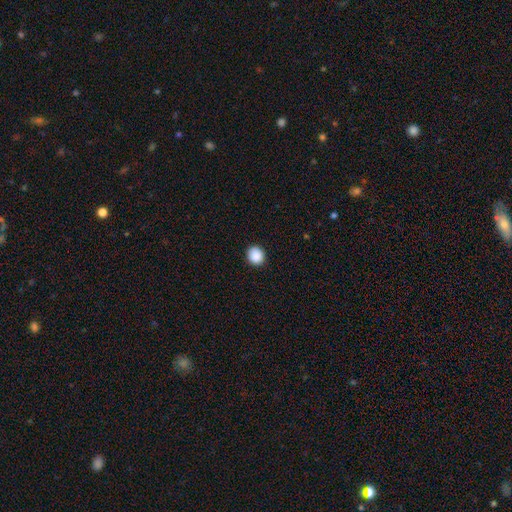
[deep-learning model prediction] smooth-or-featured: smooth: 89% | star or artifact: 8% | featured or disk: 2%
  how-rounded: round: 78% | in between: 21% | cigar-shaped: 1%
  merging: none: 91% | minor disturbance: 7% | major disturbance: 2% | merger: 1%